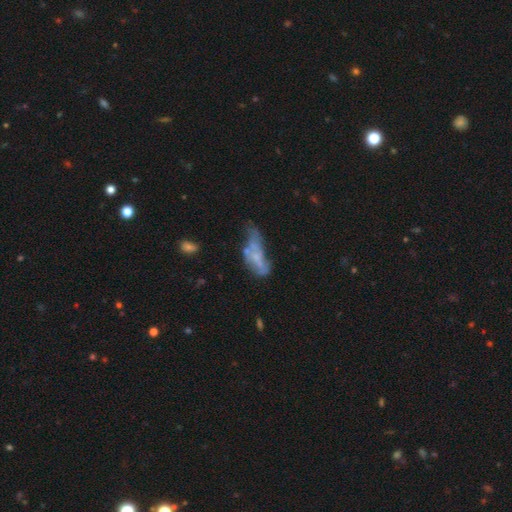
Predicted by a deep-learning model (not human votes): smooth-or-featured: featured or disk: 45% | smooth: 42% | star or artifact: 13%
  merging: major disturbance: 33% | minor disturbance: 24% | none: 23% | merger: 20%